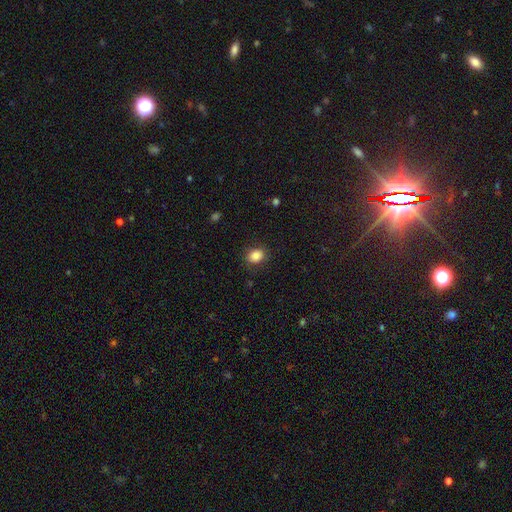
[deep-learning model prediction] smooth-or-featured: smooth: 86% | star or artifact: 10% | featured or disk: 5%
  how-rounded: in between: 52% | round: 48% | cigar-shaped: 1%
  merging: none: 84% | minor disturbance: 11% | major disturbance: 4% | merger: 1%